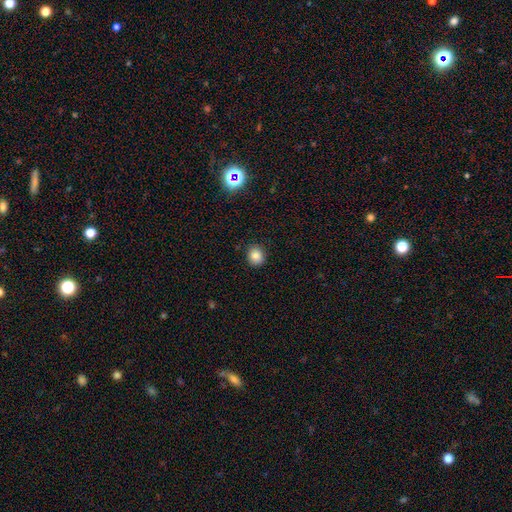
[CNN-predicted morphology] smooth-or-featured: smooth: 85% | star or artifact: 11% | featured or disk: 4%
  how-rounded: round: 73% | in between: 27% | cigar-shaped: 1%
  merging: none: 88% | minor disturbance: 9% | major disturbance: 2% | merger: 1%